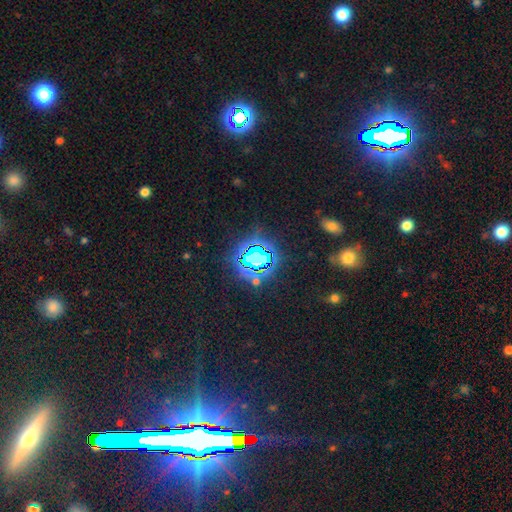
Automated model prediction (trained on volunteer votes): This is likely a star or artifact rather than a galaxy (77%).